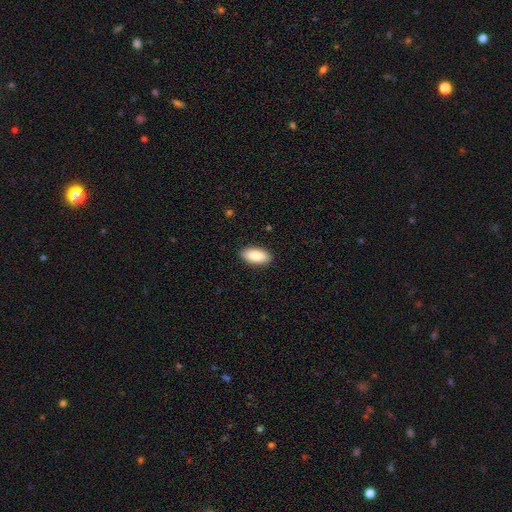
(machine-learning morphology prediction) smooth_or_featured: smooth (p=0.87) [alt: featured or disk p=0.07]
how_rounded: in between (p=0.92) [alt: cigar-shaped p=0.06]
merging: none (p=0.89) [alt: minor disturbance p=0.08]